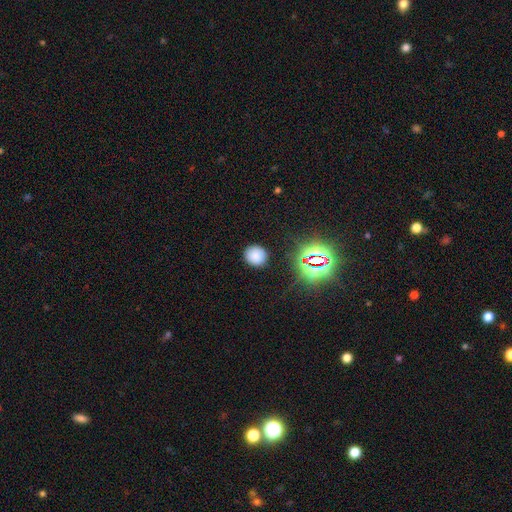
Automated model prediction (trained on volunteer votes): smooth_or_featured: smooth (p=0.78) [alt: star or artifact p=0.17]
how_rounded: round (p=0.86) [alt: in between p=0.13]
merging: none (p=0.88) [alt: minor disturbance p=0.08]